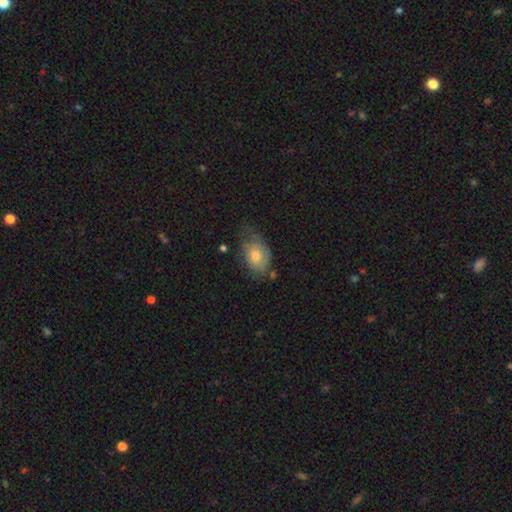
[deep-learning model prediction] Smooth or featured?
  - smooth: 65% *
  - featured or disk: 28%
  - star or artifact: 8%
How rounded?
  - in between: 84% *
  - round: 15%
  - cigar-shaped: 2%
Merging?
  - minor disturbance: 40% *
  - none: 38%
  - major disturbance: 18%
  - merger: 4%